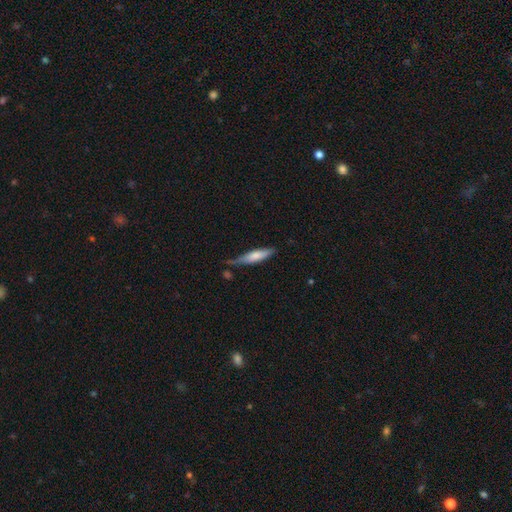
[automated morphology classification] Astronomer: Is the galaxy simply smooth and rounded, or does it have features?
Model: smooth — 66%.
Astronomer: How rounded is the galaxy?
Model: cigar-shaped — 76%.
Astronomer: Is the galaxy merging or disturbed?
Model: none — 58%.